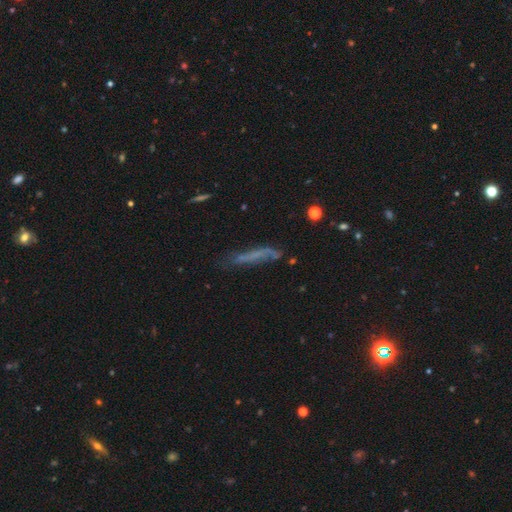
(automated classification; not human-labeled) Smooth or featured?
  - smooth: 46% *
  - featured or disk: 39%
  - star or artifact: 15%
Merging?
  - none: 60% *
  - minor disturbance: 24%
  - major disturbance: 12%
  - merger: 4%